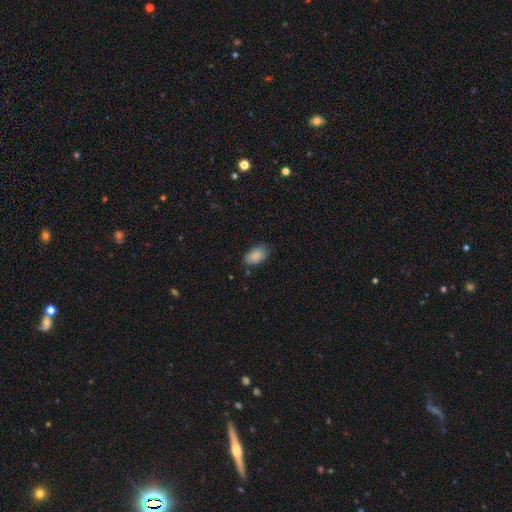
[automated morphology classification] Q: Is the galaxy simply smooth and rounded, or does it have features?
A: smooth — 88%.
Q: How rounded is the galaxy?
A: in between — 92%.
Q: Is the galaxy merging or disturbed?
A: none — 76%.